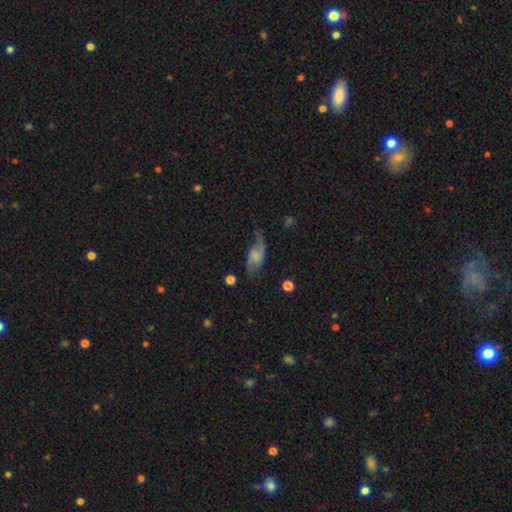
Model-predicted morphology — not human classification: featured or disk 64%, smooth 27%, star or artifact 9%. Down the decision tree: edge-on disk — no (94%); bar — no (45%); spiral arms — yes (90%); spiral arm count — 2 (87%); spiral winding — loose (69%); bulge size — none (56%); merging — none (58%).